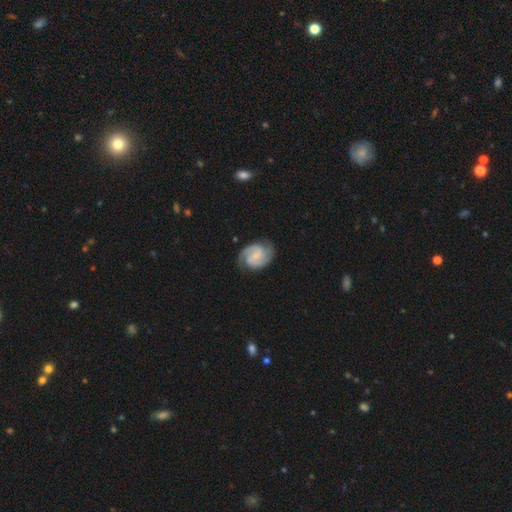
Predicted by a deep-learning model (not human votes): Q: Smooth or featured?
A: featured or disk (88%); runner-up: smooth (8%)
Q: Edge-on disk?
A: no (98%); runner-up: yes (2%)
Q: Bar?
A: weak (52%); runner-up: no (30%)
Q: Spiral arms?
A: yes (98%); runner-up: no (2%)
Q: Spiral winding?
A: medium (50%); runner-up: tight (39%)
Q: Spiral arm count?
A: 2 (89%); runner-up: can't tell (3%)
Q: Bulge size?
A: small (57%); runner-up: none (21%)
Q: Merging?
A: none (80%); runner-up: minor disturbance (14%)